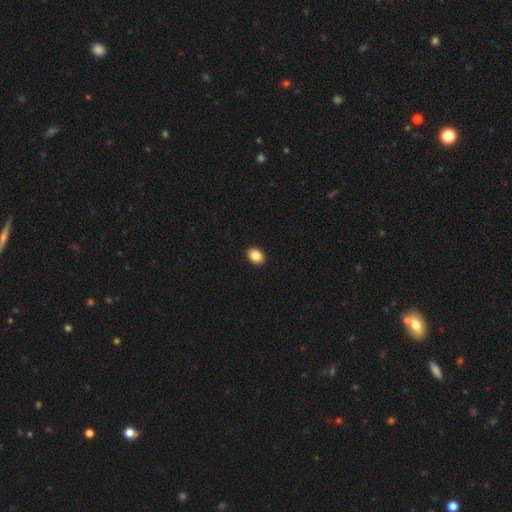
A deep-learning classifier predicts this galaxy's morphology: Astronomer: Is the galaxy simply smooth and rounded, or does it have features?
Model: smooth — 86%.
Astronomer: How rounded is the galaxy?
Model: in between — 74%.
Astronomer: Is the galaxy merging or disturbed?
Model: none — 92%.